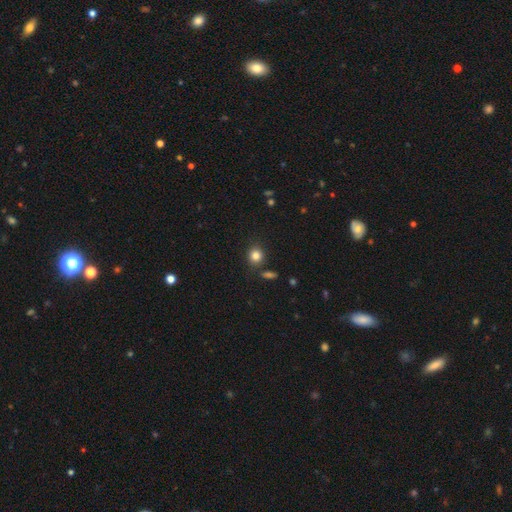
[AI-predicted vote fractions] Smooth or featured? Predicted: smooth (p=0.83). How rounded? Predicted: round (p=0.79). Merging? Predicted: none (p=0.82).